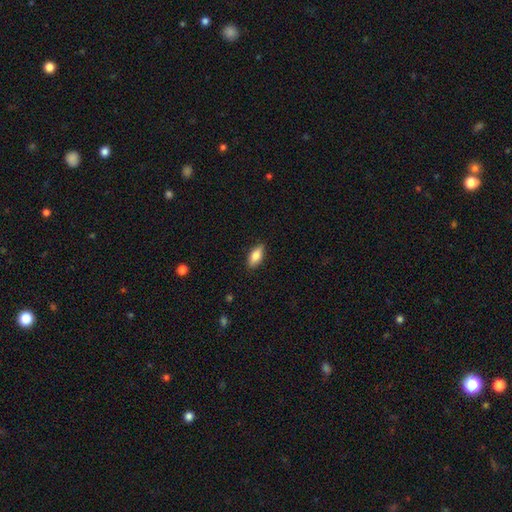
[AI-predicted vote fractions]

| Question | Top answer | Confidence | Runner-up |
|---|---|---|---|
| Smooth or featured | smooth | 80% | featured or disk (13%) |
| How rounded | in between | 83% | cigar-shaped (15%) |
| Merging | none | 87% | minor disturbance (10%) |